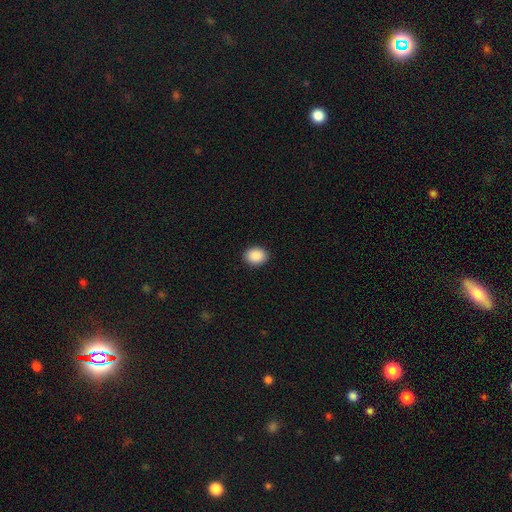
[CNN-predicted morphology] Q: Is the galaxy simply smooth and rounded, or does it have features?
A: smooth — 90%.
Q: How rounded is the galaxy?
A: in between — 54%.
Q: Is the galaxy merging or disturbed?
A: none — 91%.